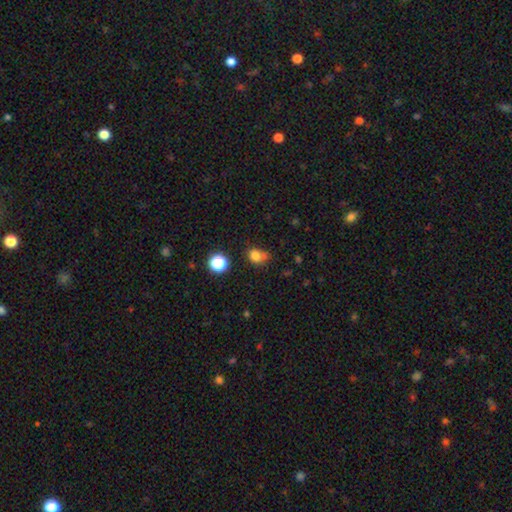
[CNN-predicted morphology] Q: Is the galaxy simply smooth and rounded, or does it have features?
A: smooth — 77%.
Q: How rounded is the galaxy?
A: round — 58%.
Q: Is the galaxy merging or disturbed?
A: none — 49%.